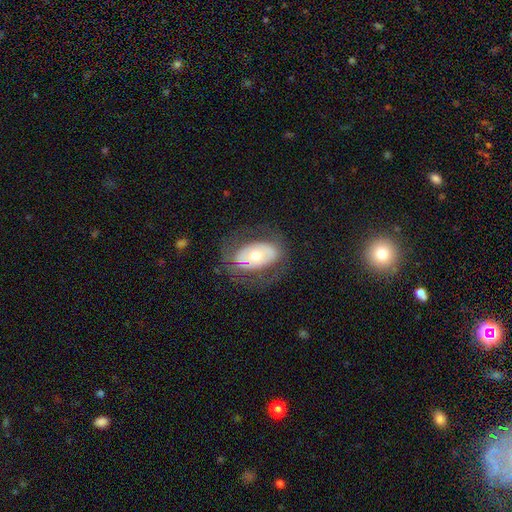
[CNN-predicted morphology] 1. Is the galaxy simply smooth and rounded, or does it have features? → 58% featured or disk, 35% smooth, 7% star or artifact.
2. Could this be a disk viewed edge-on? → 92% no, 8% yes.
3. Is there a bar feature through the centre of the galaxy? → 73% no, 18% weak, 9% strong.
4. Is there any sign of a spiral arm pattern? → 51% no, 49% yes.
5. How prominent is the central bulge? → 60% moderate, 31% small, 7% large, 1% dominant, 1% none.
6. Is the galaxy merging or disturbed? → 63% none, 19% minor disturbance, 17% major disturbance, 1% merger.